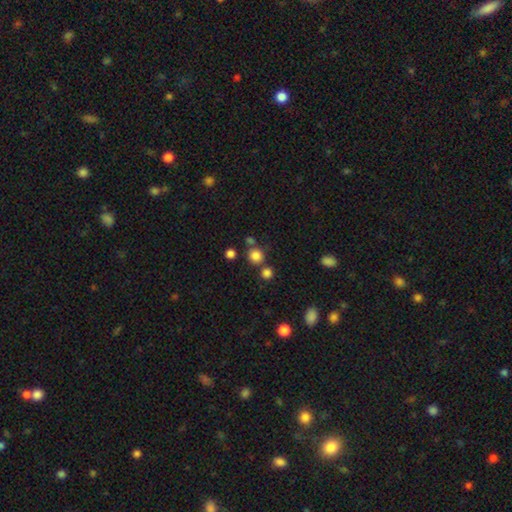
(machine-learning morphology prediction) Overall: smooth (81%). How rounded: round (91%). Merging: none (72%).